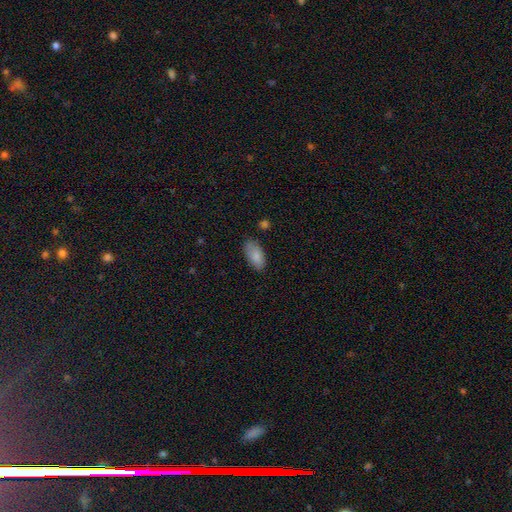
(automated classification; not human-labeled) Smooth or featured? Predicted: smooth (p=0.85). How rounded? Predicted: in between (p=0.92). Merging? Predicted: none (p=0.75).